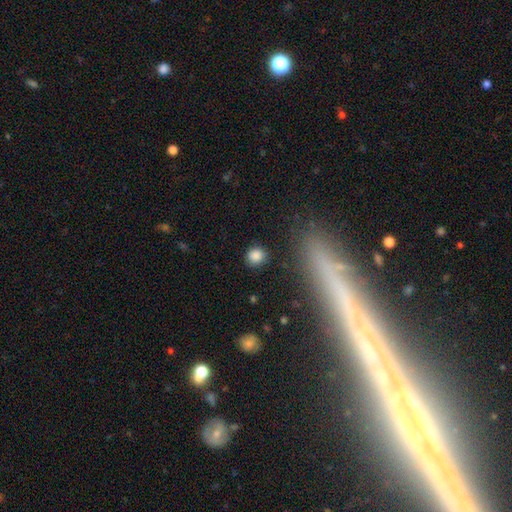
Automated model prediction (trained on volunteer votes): Smooth or featured? Predicted: smooth (p=0.85). How rounded? Predicted: round (p=0.82). Merging? Predicted: none (p=0.86).